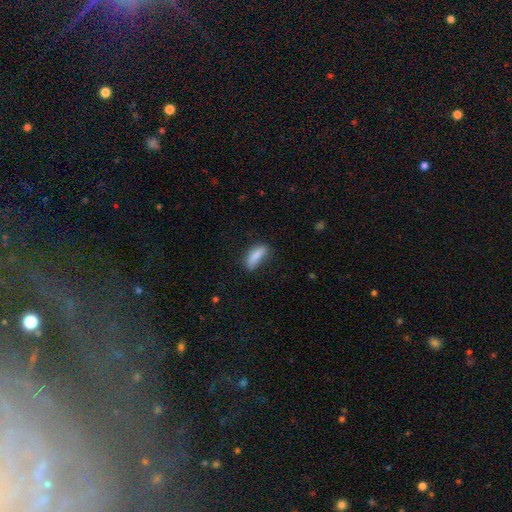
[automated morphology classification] type=smooth (84%); roundness=in between (69%); merging=none (58%).